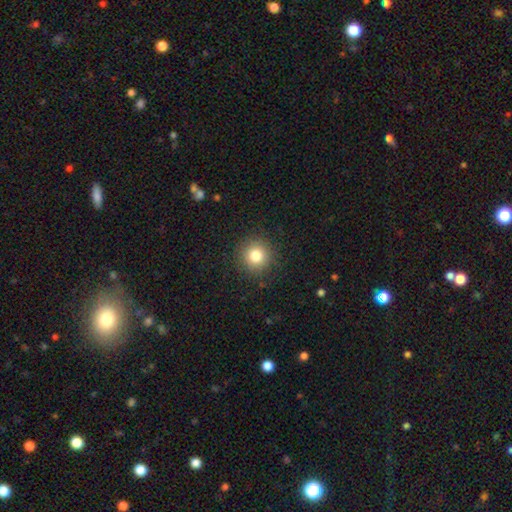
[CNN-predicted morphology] Smooth or featured: smooth — 81% (star or artifact — 12%)
How rounded: round — 94% (in between — 5%)
Merging: none — 90% (minor disturbance — 7%)